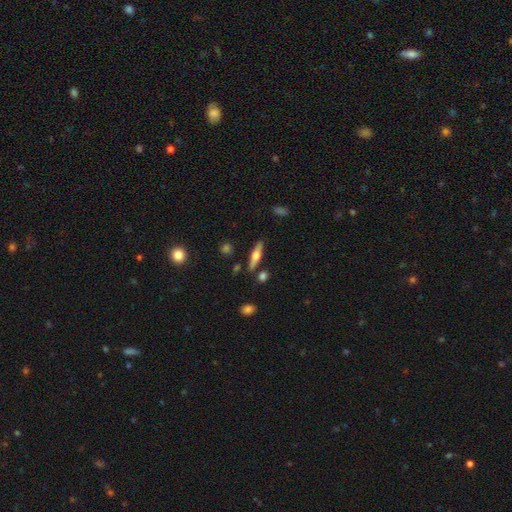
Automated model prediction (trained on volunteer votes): smooth_or_featured: featured or disk (p=0.55) [alt: smooth p=0.38]
disk_edge_on: yes (p=0.95) [alt: no p=0.05]
edge_on_bulge: rounded (p=0.91) [alt: boxy p=0.06]
merging: none (p=0.82) [alt: minor disturbance p=0.10]